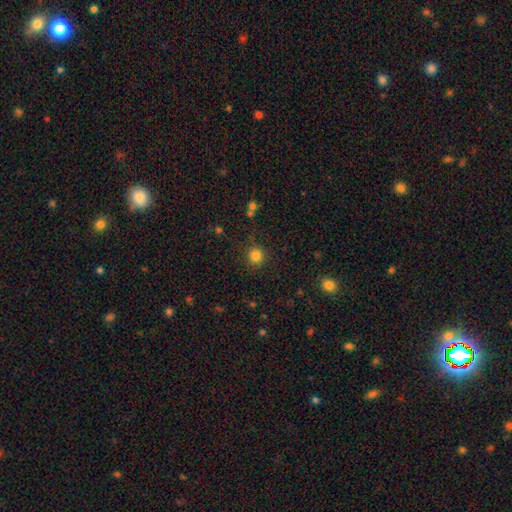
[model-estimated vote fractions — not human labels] This is clearly a smooth galaxy (82%). How rounded: clearly round (91%). Merging: clearly none (86%).